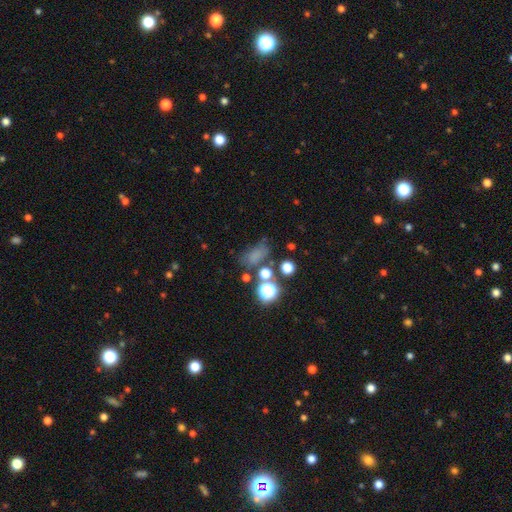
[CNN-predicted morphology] A smooth galaxy with no disk features (59%) that is in between round and cigar-shaped (68%). Merging: none (50%).